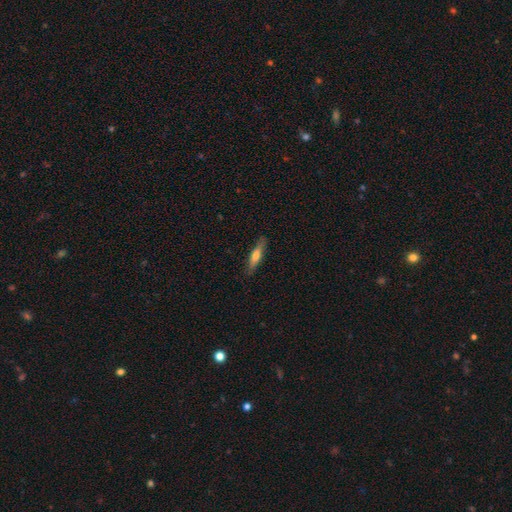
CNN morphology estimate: A smooth galaxy with no disk features (56%) that is cigar-shaped (81%).

Vote fractions:
- Smooth or featured? smooth: 56% / featured or disk: 38% / star or artifact: 6%
- How rounded? cigar-shaped: 81% / in between: 17% / round: 2%
- Merging? none: 86% / minor disturbance: 11% / major disturbance: 2% / merger: 1%